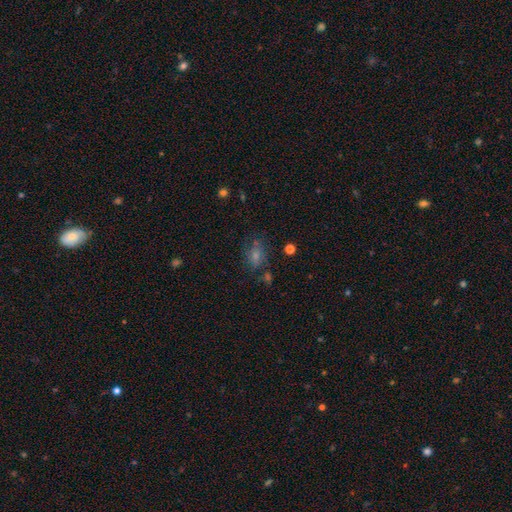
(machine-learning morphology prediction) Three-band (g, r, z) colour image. It shows a smooth galaxy with no disk features (44%). Merging: none (67%).